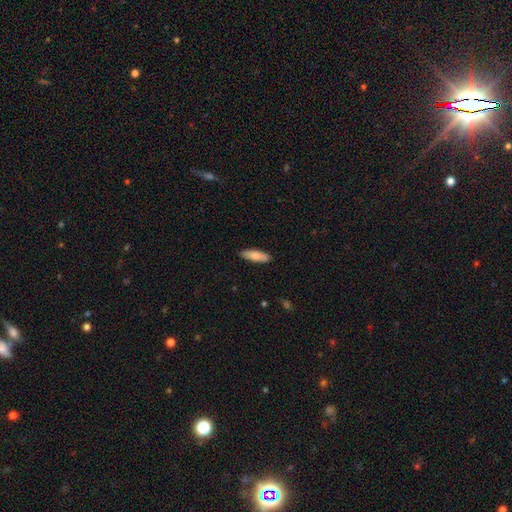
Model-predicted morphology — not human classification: A smooth galaxy with no disk features (82%) that is in between round and cigar-shaped (50%). Merging: none (88%).